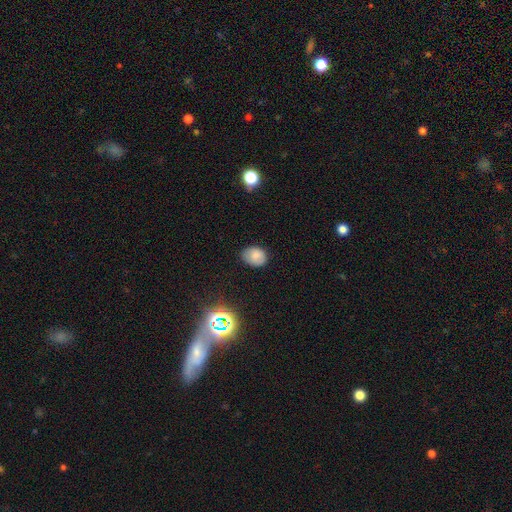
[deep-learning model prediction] Q: Smooth or featured?
A: smooth (79%); runner-up: star or artifact (13%)
Q: How rounded?
A: in between (59%); runner-up: round (40%)
Q: Merging?
A: none (79%); runner-up: minor disturbance (17%)